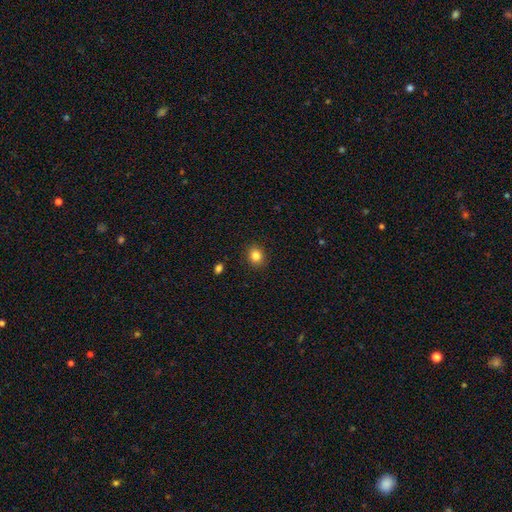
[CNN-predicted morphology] This is clearly a smooth galaxy (84%). How rounded: likely round (70%). Merging: clearly none (90%).